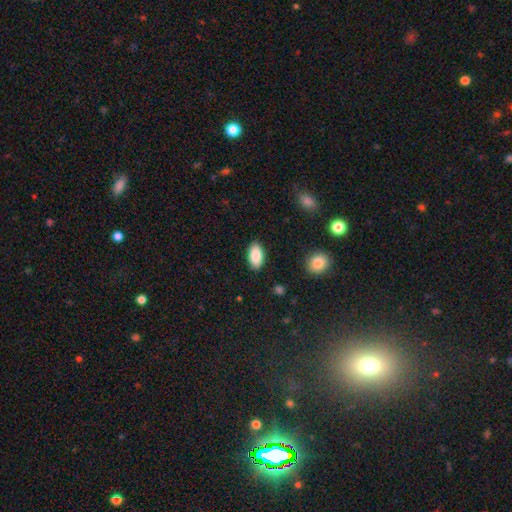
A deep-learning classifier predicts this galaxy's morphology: Overall: smooth (88%). How rounded: in between (94%). Merging: none (87%).